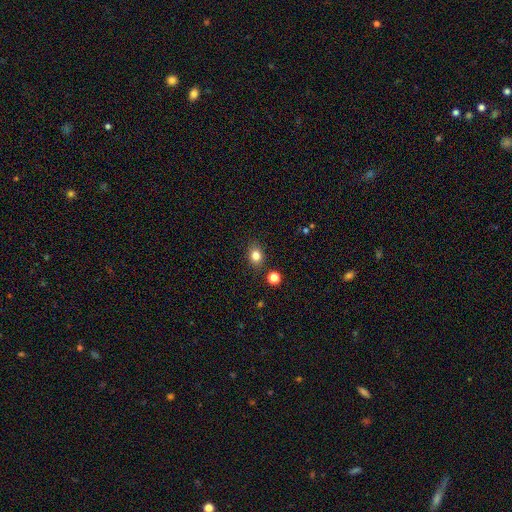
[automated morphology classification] smooth 81%, star or artifact 12%, featured or disk 7%. Down the decision tree: how rounded — round (51%); merging — none (84%).